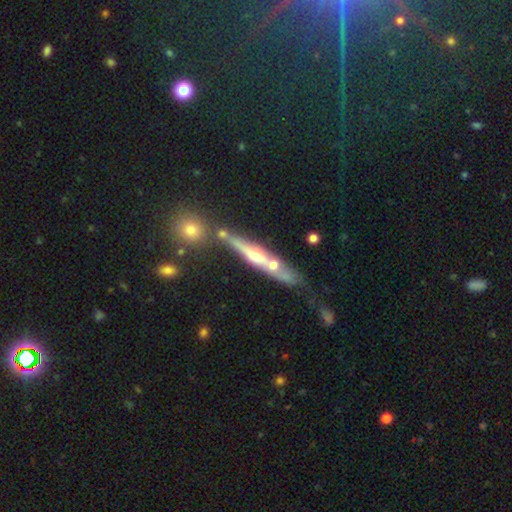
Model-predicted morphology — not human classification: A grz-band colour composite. It shows a featured or disk galaxy (68%) viewed edge-on (89%) with a rounded central bulge (82%). Merging: none (65%).